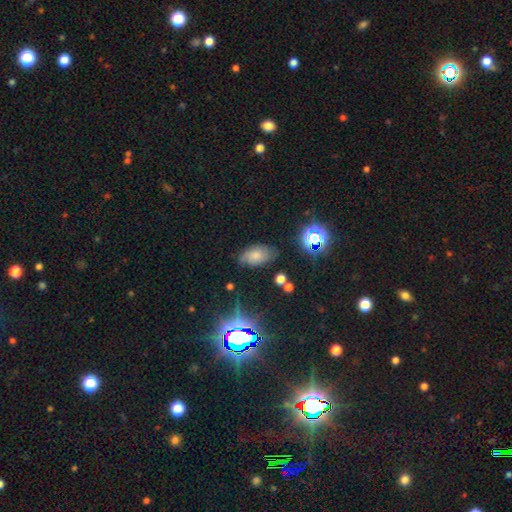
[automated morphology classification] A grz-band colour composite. It shows a smooth galaxy with no disk features (64%) that is in between round and cigar-shaped (91%). Merging: none (69%).